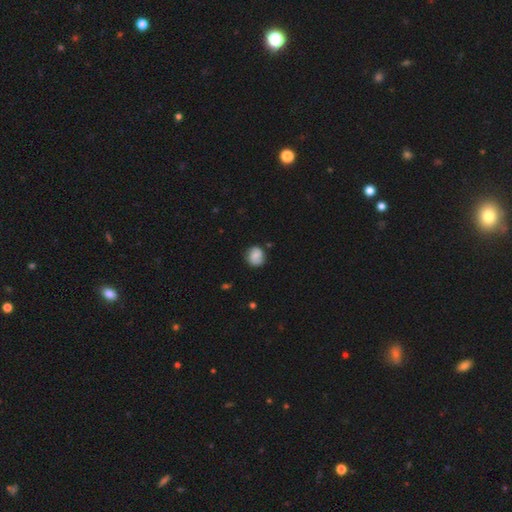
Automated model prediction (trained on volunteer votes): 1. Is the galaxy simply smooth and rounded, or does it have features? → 66% smooth, 26% featured or disk, 8% star or artifact.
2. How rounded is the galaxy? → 82% round, 17% in between, 1% cigar-shaped.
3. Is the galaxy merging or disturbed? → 77% none, 17% minor disturbance, 4% major disturbance, 2% merger.